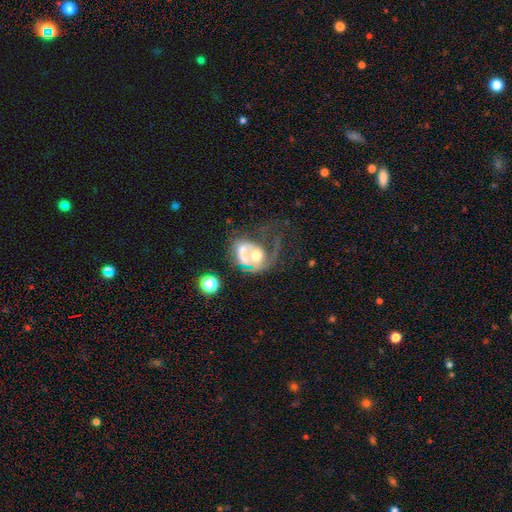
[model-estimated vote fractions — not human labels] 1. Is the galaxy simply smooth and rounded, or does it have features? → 61% featured or disk, 29% smooth, 10% star or artifact.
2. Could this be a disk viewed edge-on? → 97% no, 3% yes.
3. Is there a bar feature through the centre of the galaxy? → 71% no, 20% weak, 9% strong.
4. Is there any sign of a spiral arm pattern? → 52% no, 48% yes.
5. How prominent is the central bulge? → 50% moderate, 21% large, 16% small, 9% none, 5% dominant.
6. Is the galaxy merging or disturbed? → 41% merger, 35% major disturbance, 15% none, 9% minor disturbance.